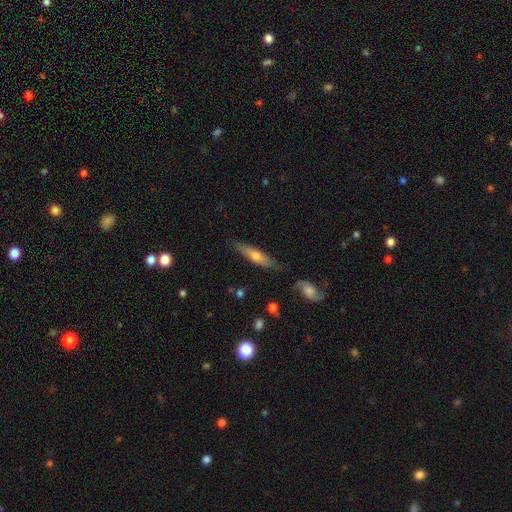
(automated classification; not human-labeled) smooth_or_featured: smooth (p=0.48) [alt: featured or disk p=0.45]
merging: none (p=0.77) [alt: minor disturbance p=0.16]